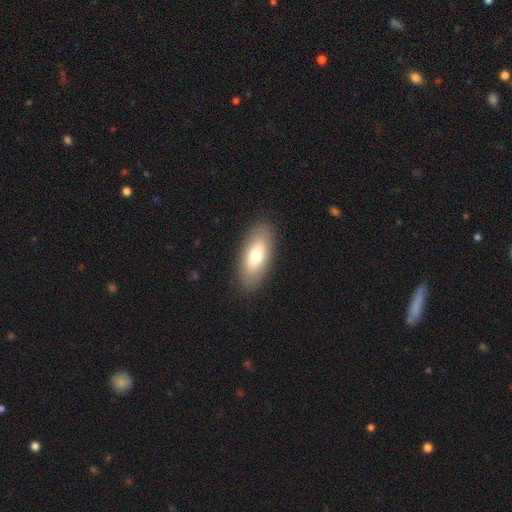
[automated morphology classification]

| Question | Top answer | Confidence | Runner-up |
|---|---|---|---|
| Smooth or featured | smooth | 71% | featured or disk (23%) |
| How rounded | in between | 84% | cigar-shaped (13%) |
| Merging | none | 88% | minor disturbance (9%) |